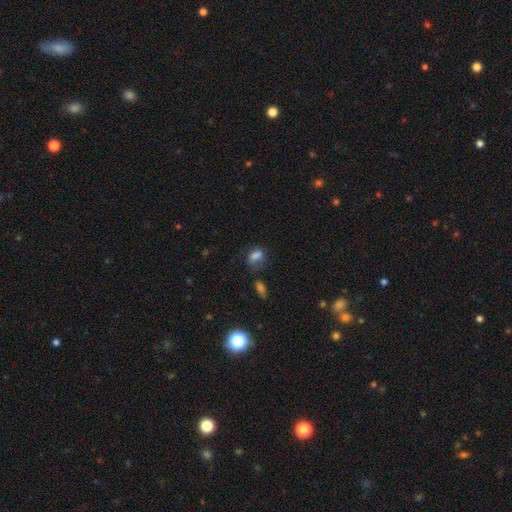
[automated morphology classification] Smooth or featured? smooth (75%)
How rounded? in between (75%)
Merging? none (43%)